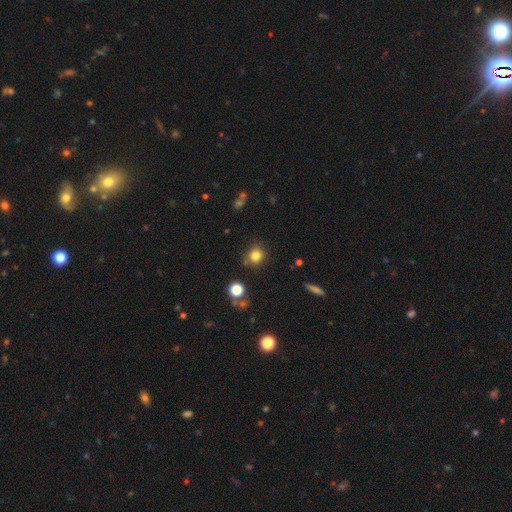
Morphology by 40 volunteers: Smooth or featured?
  - smooth: 85% *
  - star or artifact: 12%
  - featured or disk: 2%
How rounded?
  - round: 94% *
  - in between: 6%
  - cigar-shaped: 0%
Merging?
  - none: 69% *
  - minor disturbance: 17%
  - merger: 9%
  - major disturbance: 6%